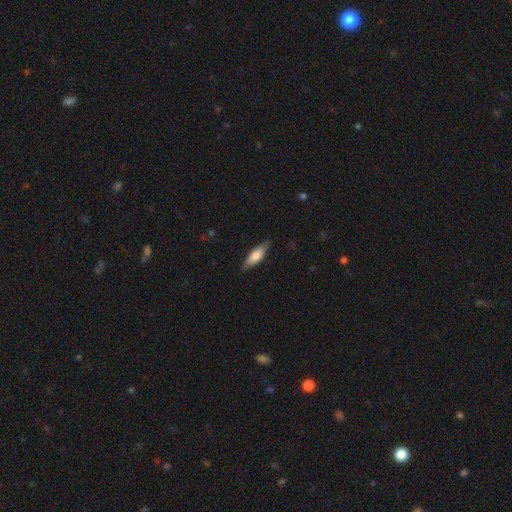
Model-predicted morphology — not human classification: Smooth or featured? Predicted: smooth (p=0.66). How rounded? Predicted: in between (p=0.51). Merging? Predicted: none (p=0.81).